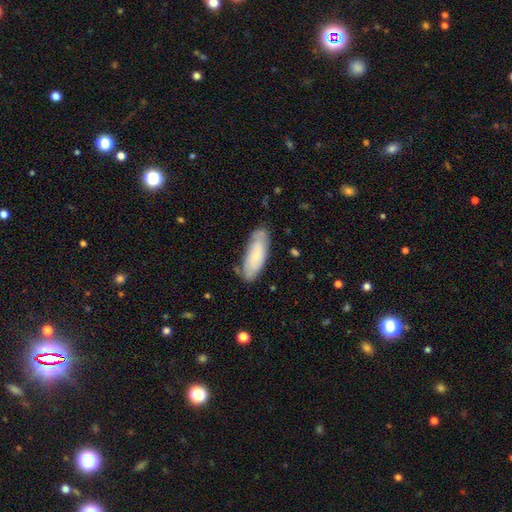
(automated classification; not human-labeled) smooth_or_featured: smooth (p=0.67) [alt: featured or disk p=0.26]
how_rounded: in between (p=0.66) [alt: cigar-shaped p=0.32]
merging: none (p=0.75) [alt: minor disturbance p=0.19]